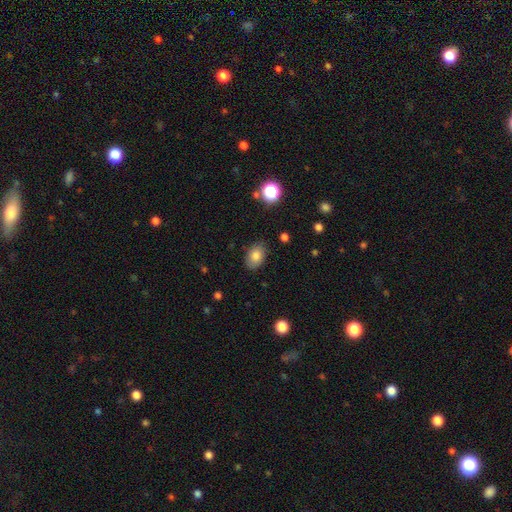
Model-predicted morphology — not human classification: This is clearly a smooth galaxy (81%). How rounded: clearly in between (82%). Merging: clearly none (84%).